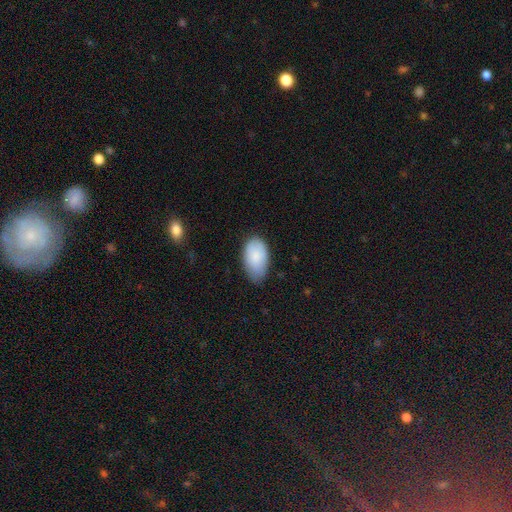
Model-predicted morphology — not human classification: type=smooth (84%); roundness=in between (95%); merging=none (62%).